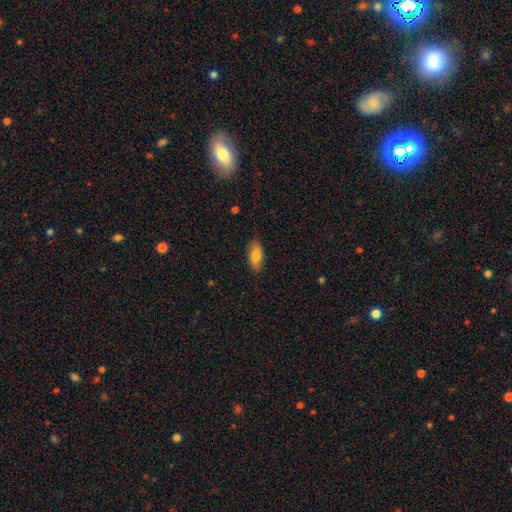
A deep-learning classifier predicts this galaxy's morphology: Q: Smooth or featured?
A: smooth (81%); runner-up: featured or disk (12%)
Q: How rounded?
A: in between (85%); runner-up: cigar-shaped (13%)
Q: Merging?
A: none (83%); runner-up: minor disturbance (13%)